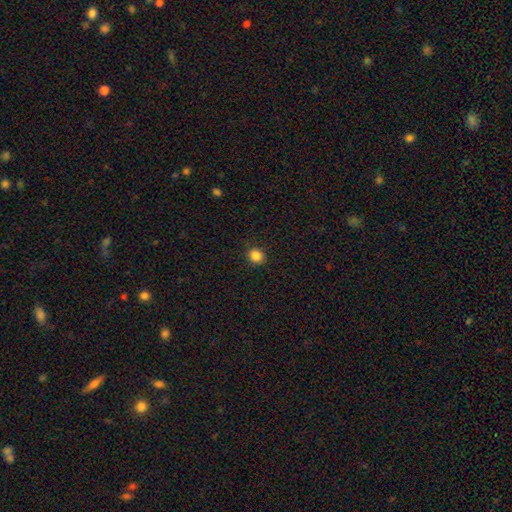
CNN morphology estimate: type=smooth (86%); roundness=round (86%); merging=none (91%).